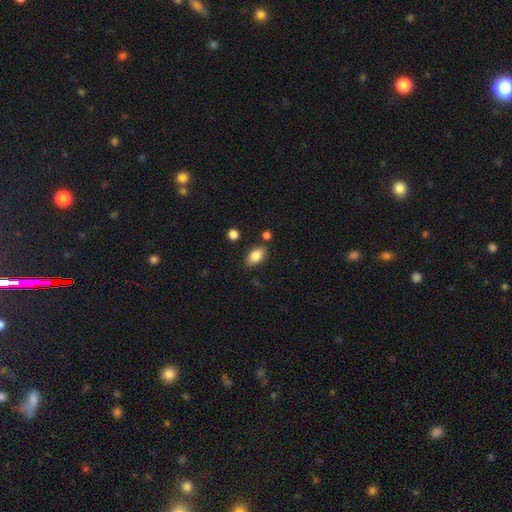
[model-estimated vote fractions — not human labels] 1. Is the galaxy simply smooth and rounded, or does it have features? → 83% smooth, 8% featured or disk, 8% star or artifact.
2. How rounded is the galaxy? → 87% in between, 10% round, 2% cigar-shaped.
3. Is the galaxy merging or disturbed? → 80% none, 12% minor disturbance, 5% merger, 3% major disturbance.